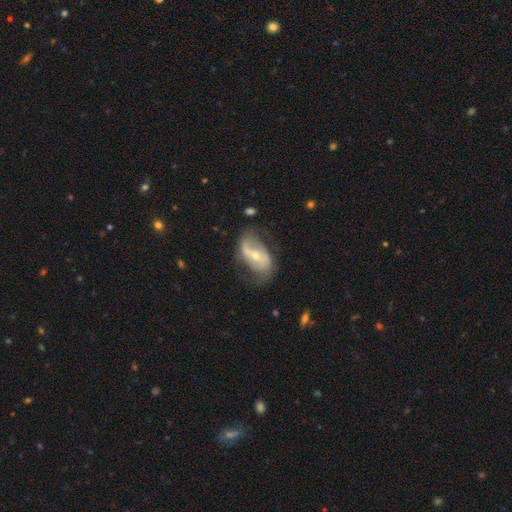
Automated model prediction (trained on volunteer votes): The model was most divided on "bar": weak: 39%, strong: 33%, no: 28%. More confident: edge-on disk — no (95%); spiral arms — yes (87%); spiral arm count — 2 (82%); smooth or featured — featured or disk (76%); merging — none (57%); bulge size — small (56%); spiral winding — loose (56%).